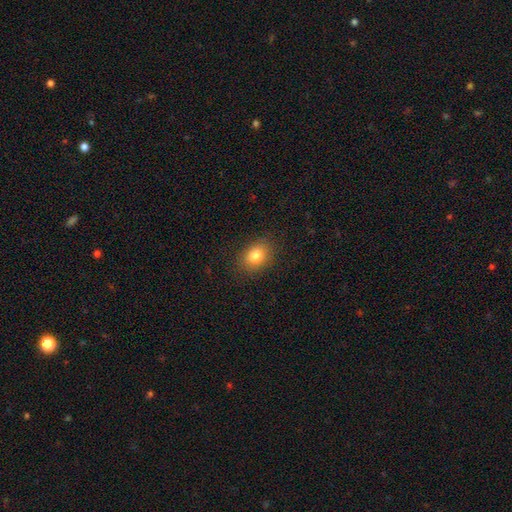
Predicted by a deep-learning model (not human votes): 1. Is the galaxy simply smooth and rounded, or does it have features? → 81% smooth, 10% star or artifact, 9% featured or disk.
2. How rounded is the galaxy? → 67% in between, 32% round, 1% cigar-shaped.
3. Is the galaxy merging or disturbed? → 87% none, 9% minor disturbance, 3% major disturbance, 1% merger.